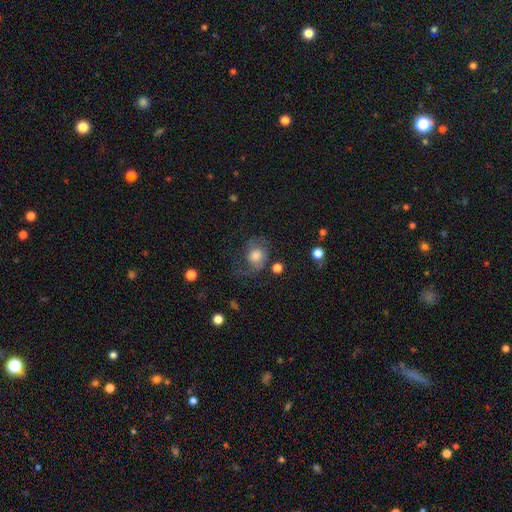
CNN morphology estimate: Smooth or featured? Predicted: featured or disk (p=0.52). Edge-on disk? Predicted: no (p=0.97). Bar? Predicted: no (p=0.73). Spiral arms? Predicted: yes (p=0.83). Bulge size? Predicted: large (p=0.41). Merging? Predicted: none (p=0.50).